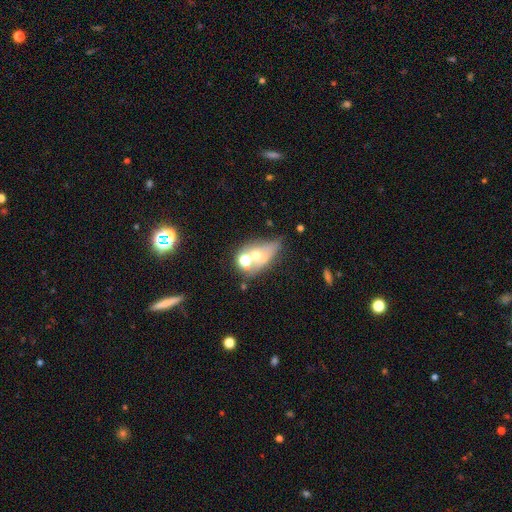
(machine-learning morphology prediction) Smooth or featured?
  - smooth: 45% *
  - featured or disk: 39%
  - star or artifact: 16%
Merging?
  - merger: 44% *
  - none: 26%
  - minor disturbance: 15%
  - major disturbance: 15%